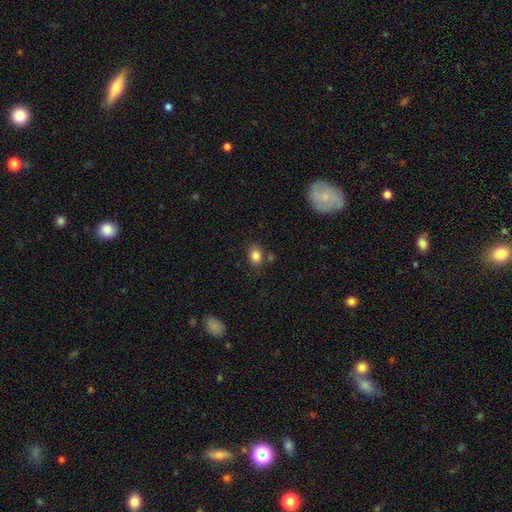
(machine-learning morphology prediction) Smooth or featured? Predicted: smooth (p=0.84). How rounded? Predicted: in between (p=0.63). Merging? Predicted: none (p=0.75).